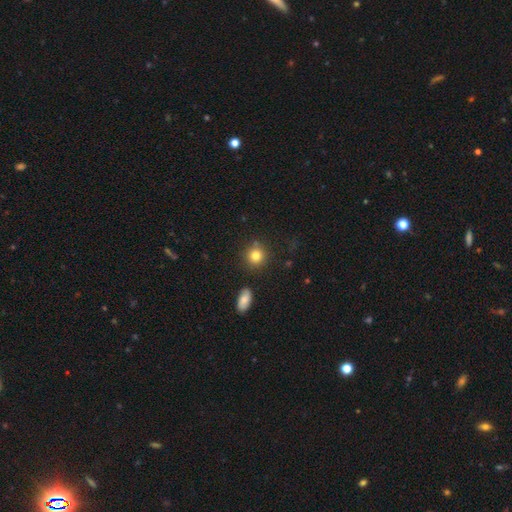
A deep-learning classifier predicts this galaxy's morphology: A smooth galaxy with no disk features (82%) that is round (89%).

Vote fractions:
- Smooth or featured? smooth: 82% / star or artifact: 11% / featured or disk: 7%
- How rounded? round: 89% / in between: 10% / cigar-shaped: 1%
- Merging? none: 83% / minor disturbance: 9% / merger: 6% / major disturbance: 3%